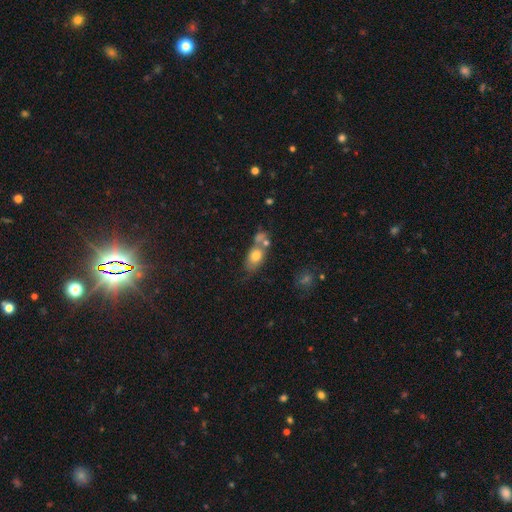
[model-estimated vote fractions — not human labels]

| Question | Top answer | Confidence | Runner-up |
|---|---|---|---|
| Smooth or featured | smooth | 72% | featured or disk (19%) |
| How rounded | in between | 74% | round (21%) |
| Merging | merger | 42% | none (34%) |